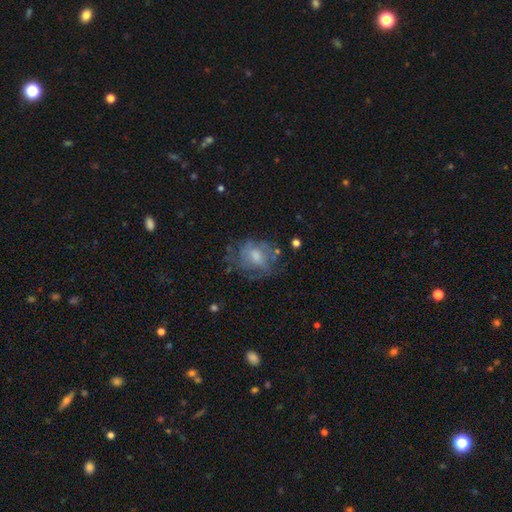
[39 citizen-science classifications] Overall: featured or disk (59%; smooth 33%). Edge-on disk: no (87%). Bar: no (50%; weak 45%). Spiral arms: no (70%; yes 30%). Bulge size: moderate (60%; small 20%). Merging: none (36%, tied with minor disturbance).